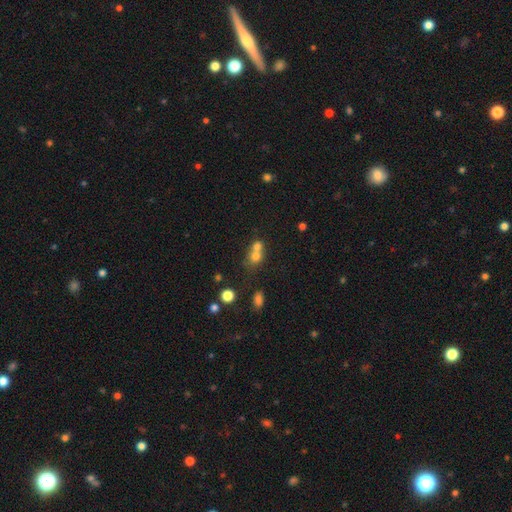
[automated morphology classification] Smooth or featured? Predicted: smooth (p=0.70). How rounded? Predicted: round (p=0.71). Merging? Predicted: merger (p=0.62).